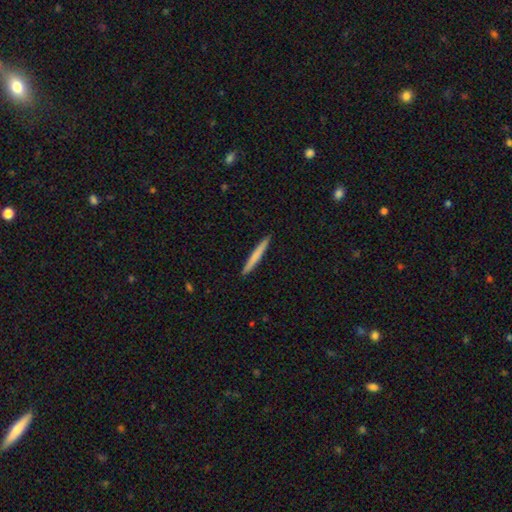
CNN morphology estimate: smooth-or-featured: smooth: 71% | featured or disk: 24% | star or artifact: 5%
  how-rounded: cigar-shaped: 97% | in between: 2% | round: 1%
  merging: none: 93% | minor disturbance: 5% | major disturbance: 1% | merger: 1%